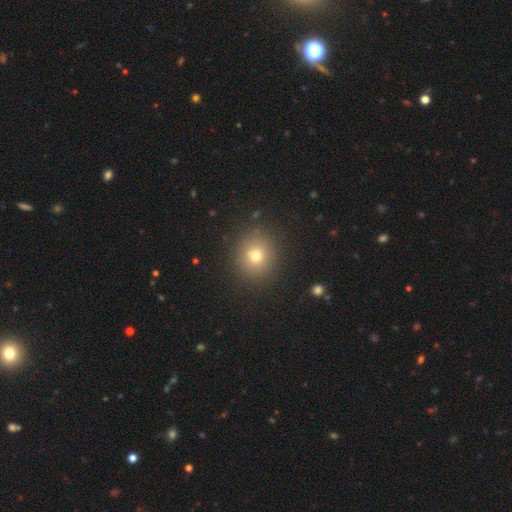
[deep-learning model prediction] smooth-or-featured: smooth: 74% | star or artifact: 16% | featured or disk: 10%
  how-rounded: round: 88% | in between: 11% | cigar-shaped: 1%
  merging: none: 89% | minor disturbance: 7% | major disturbance: 3% | merger: 2%